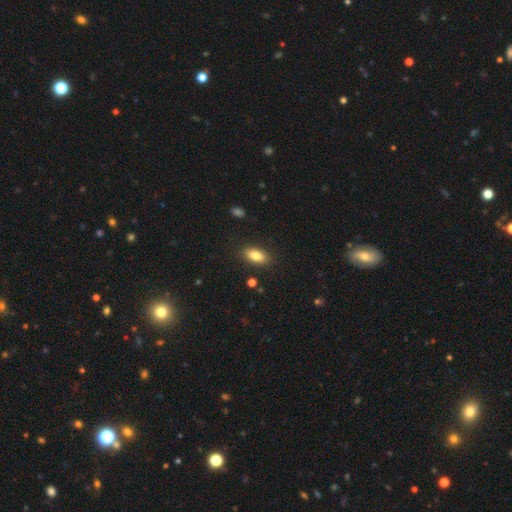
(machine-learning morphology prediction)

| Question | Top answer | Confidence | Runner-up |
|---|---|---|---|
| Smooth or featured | smooth | 84% | featured or disk (9%) |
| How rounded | in between | 88% | cigar-shaped (7%) |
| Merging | none | 86% | minor disturbance (10%) |